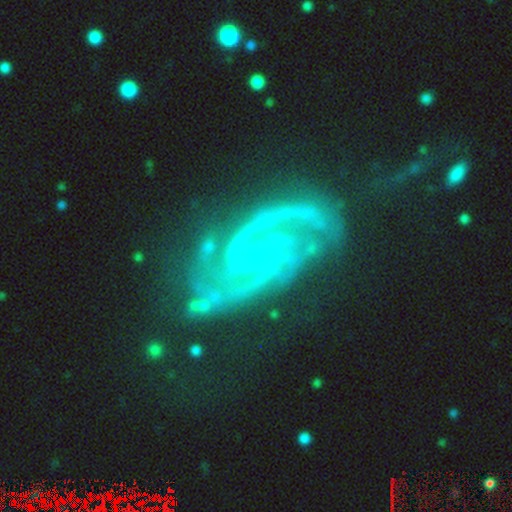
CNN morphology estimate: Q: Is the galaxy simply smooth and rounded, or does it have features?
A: featured or disk — 91%.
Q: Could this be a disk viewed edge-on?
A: no — 98%.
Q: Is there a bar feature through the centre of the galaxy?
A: no — 64%.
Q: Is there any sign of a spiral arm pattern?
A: yes — 98%.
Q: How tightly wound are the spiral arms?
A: medium — 50%.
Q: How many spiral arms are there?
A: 2 — 76%.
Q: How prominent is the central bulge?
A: small — 81%.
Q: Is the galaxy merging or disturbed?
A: none — 64%.